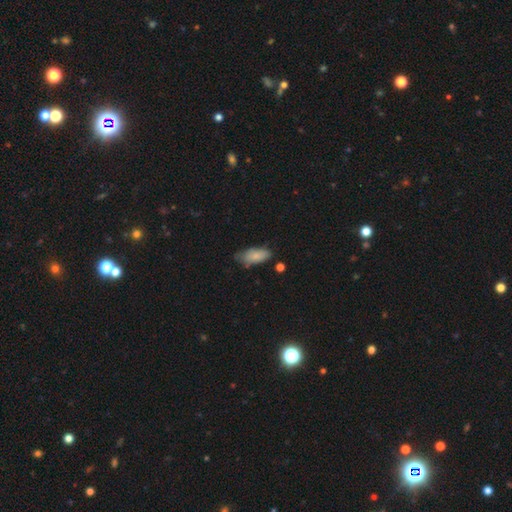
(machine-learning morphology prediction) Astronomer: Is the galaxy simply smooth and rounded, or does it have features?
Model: smooth — 81%.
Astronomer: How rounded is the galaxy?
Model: in between — 87%.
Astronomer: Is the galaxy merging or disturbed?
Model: none — 55% (runner-up: minor disturbance, 34%).